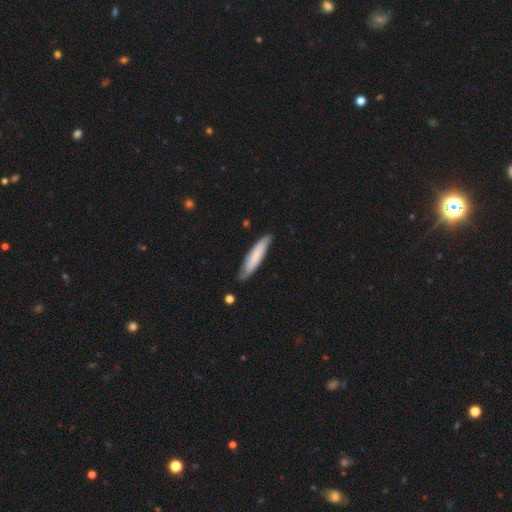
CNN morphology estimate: Q: Smooth or featured?
A: smooth (68%); runner-up: featured or disk (26%)
Q: How rounded?
A: cigar-shaped (83%); runner-up: in between (16%)
Q: Merging?
A: none (78%); runner-up: minor disturbance (18%)